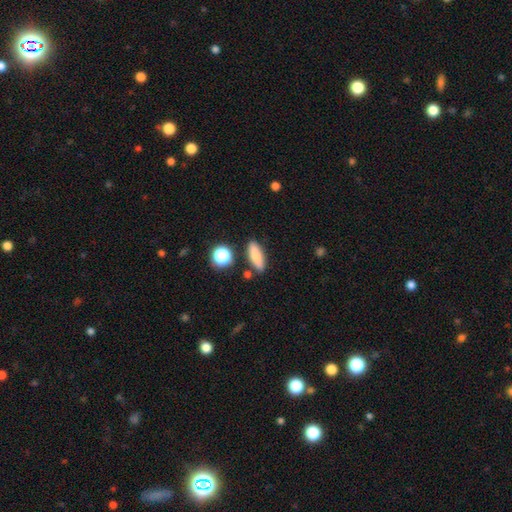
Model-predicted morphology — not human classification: Smooth or featured?
  - smooth: 77% *
  - featured or disk: 14%
  - star or artifact: 9%
How rounded?
  - in between: 50% *
  - cigar-shaped: 44%
  - round: 6%
Merging?
  - none: 82% *
  - minor disturbance: 11%
  - merger: 4%
  - major disturbance: 3%